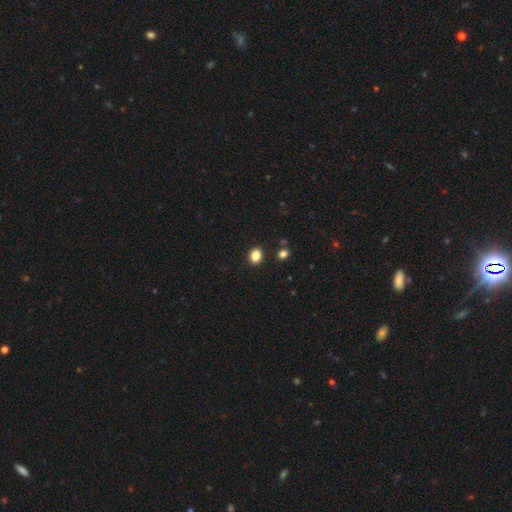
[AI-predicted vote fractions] Morphology: type=smooth (85%); roundness=in between (54%); merging=none (88%).